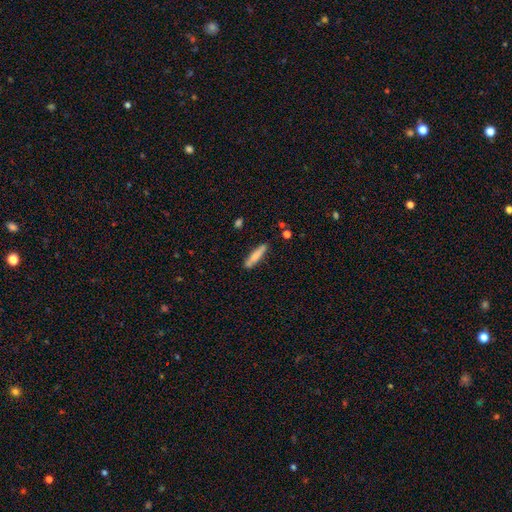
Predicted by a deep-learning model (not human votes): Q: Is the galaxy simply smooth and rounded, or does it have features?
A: smooth — 75%.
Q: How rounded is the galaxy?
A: cigar-shaped — 87%.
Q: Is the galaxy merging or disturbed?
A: none — 81%.